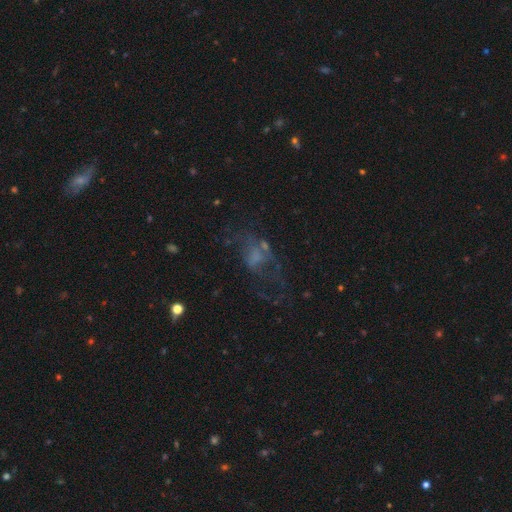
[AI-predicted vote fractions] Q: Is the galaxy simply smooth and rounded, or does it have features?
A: featured or disk — 50%.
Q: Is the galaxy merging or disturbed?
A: major disturbance — 44%.